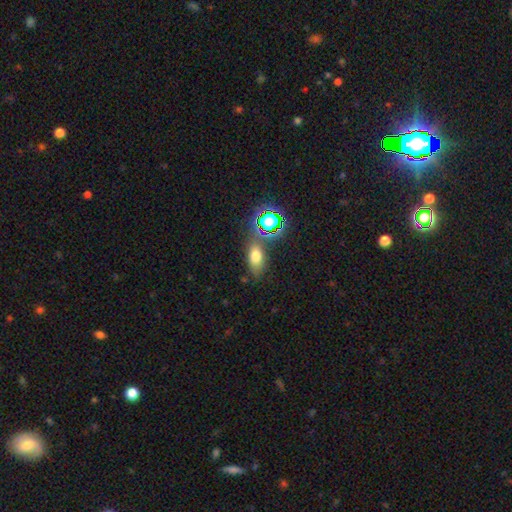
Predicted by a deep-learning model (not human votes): The model was most divided on "smooth or featured": smooth: 68%, star or artifact: 20%, featured or disk: 13%. More confident: how rounded — in between (78%); merging — none (70%).